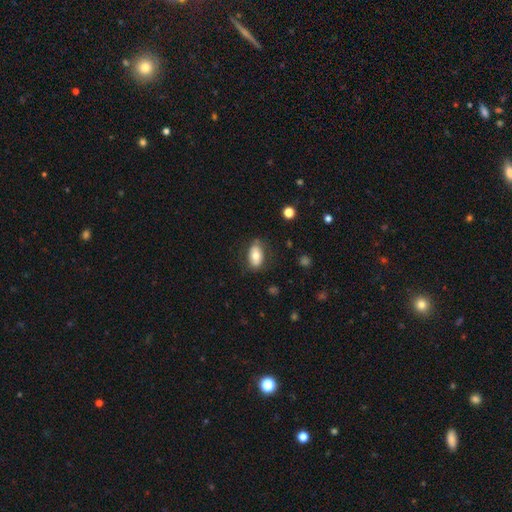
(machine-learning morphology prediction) The model was most divided on "smooth or featured": smooth: 67%, featured or disk: 25%, star or artifact: 7%. More confident: how rounded — in between (91%); merging — none (74%).